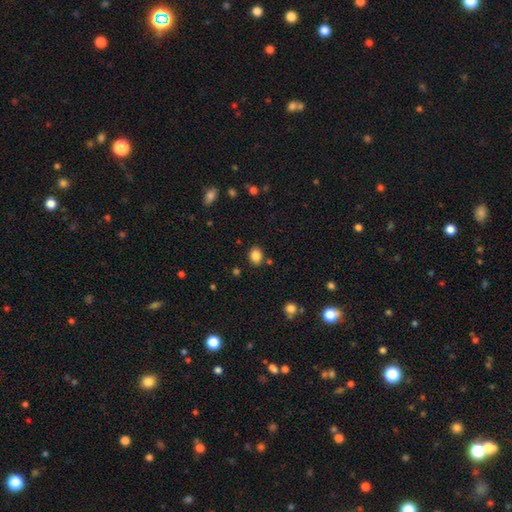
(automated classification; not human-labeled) This appears to be a smooth galaxy with no disk features (85%) that is round (56%). Merging: none (83%).